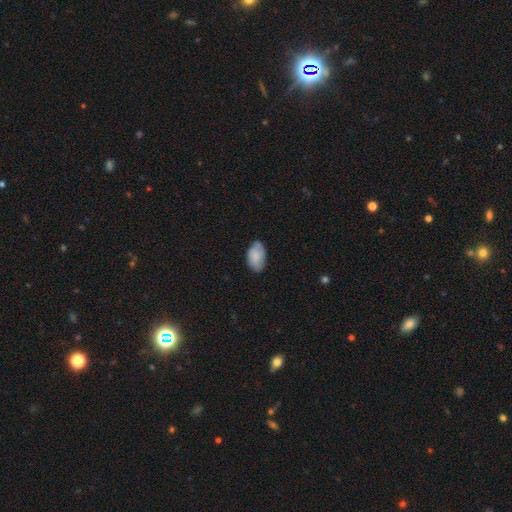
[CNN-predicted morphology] This is likely a smooth galaxy (78%). How rounded: clearly in between (94%). Merging: likely none (67%).